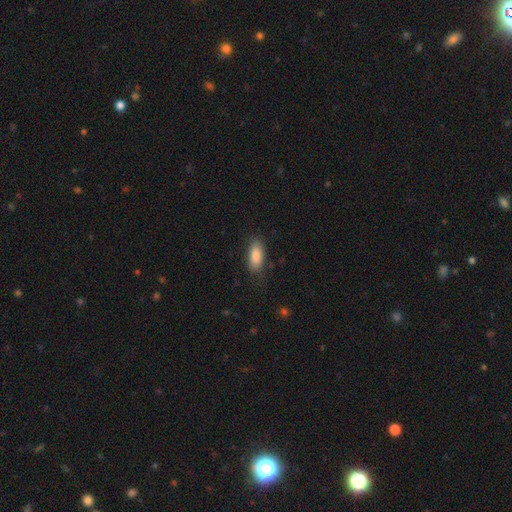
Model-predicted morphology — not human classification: Smooth or featured: smooth — 86% (featured or disk — 7%)
How rounded: in between — 83% (cigar-shaped — 15%)
Merging: none — 80% (minor disturbance — 15%)